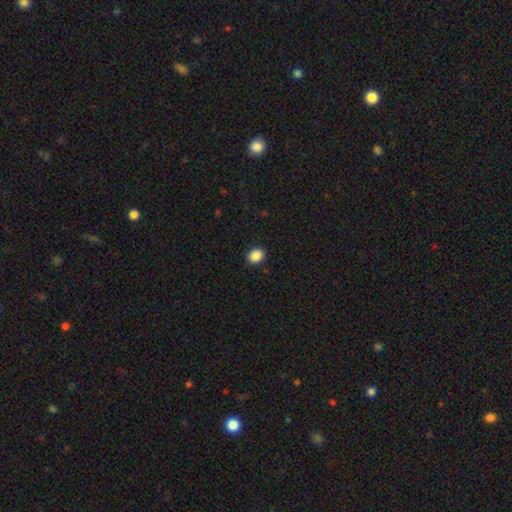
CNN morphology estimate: Overall: smooth (88%). How rounded: round (58%; in between 42%). Merging: none (90%).